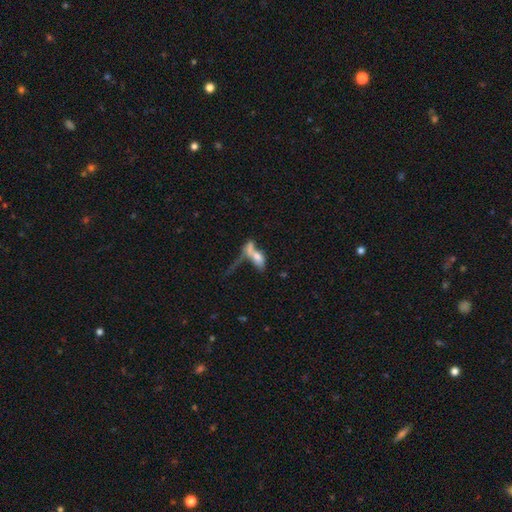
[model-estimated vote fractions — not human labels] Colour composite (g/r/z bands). It shows a smooth galaxy with no disk features (57%) that is in between round and cigar-shaped (72%). Merging: merger (55%).